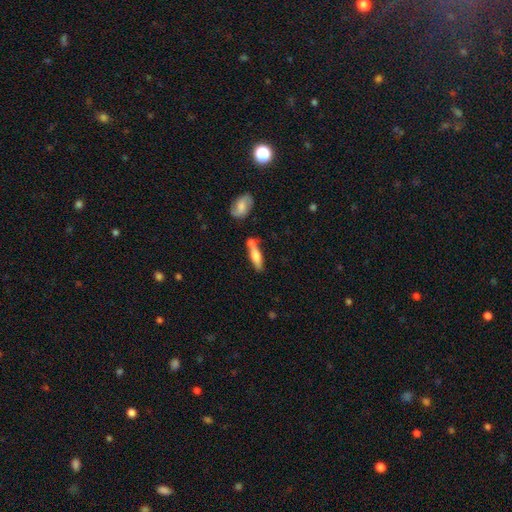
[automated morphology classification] Smooth or featured? Predicted: smooth (p=0.67). How rounded? Predicted: cigar-shaped (p=0.54). Merging? Predicted: none (p=0.54).